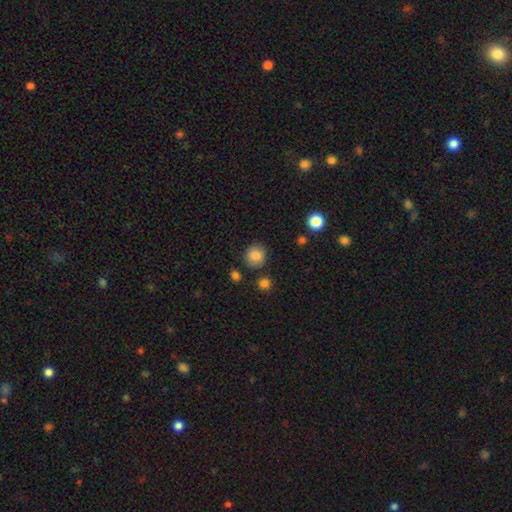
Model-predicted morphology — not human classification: Smooth or featured: smooth — 84% (star or artifact — 10%)
How rounded: round — 88% (in between — 11%)
Merging: none — 86% (minor disturbance — 8%)